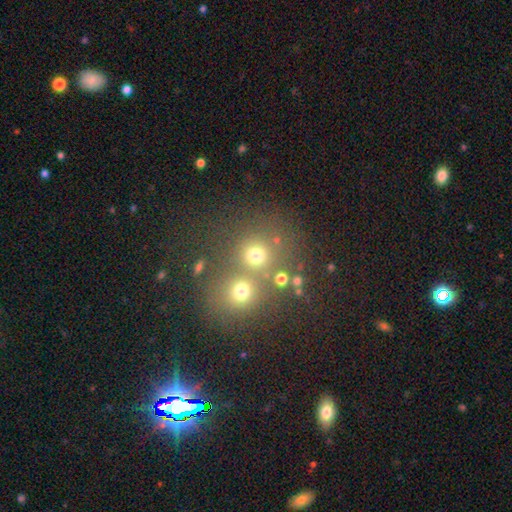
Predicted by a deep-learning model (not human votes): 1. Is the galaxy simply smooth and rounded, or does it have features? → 57% smooth, 30% star or artifact, 13% featured or disk.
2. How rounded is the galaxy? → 84% round, 15% in between, 1% cigar-shaped.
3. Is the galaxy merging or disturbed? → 48% none, 41% merger, 7% minor disturbance, 4% major disturbance.